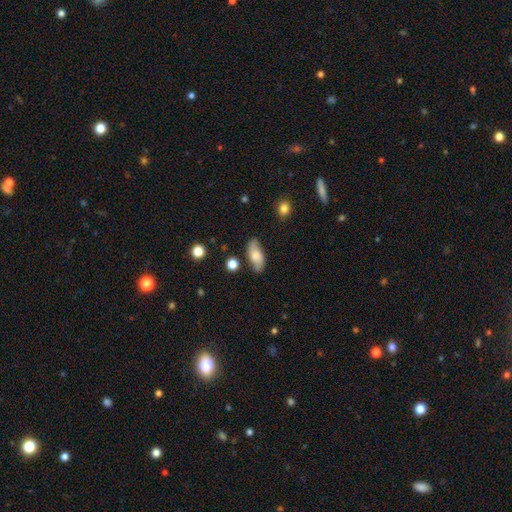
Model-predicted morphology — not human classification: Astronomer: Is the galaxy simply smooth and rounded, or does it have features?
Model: smooth — 65%.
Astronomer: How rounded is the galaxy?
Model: in between — 83%.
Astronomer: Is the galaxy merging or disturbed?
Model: none — 79%.